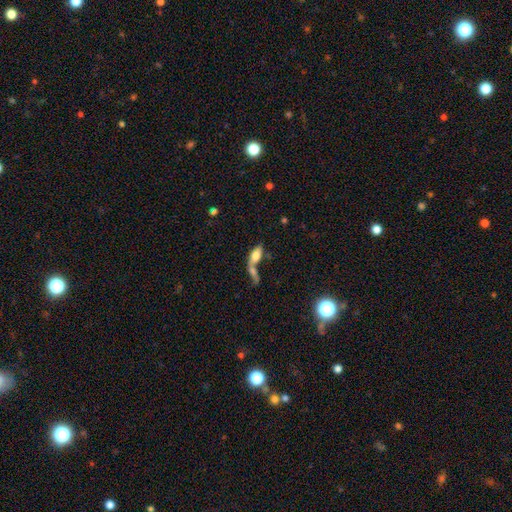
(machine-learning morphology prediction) smooth_or_featured: smooth (p=0.66) [alt: featured or disk p=0.24]
how_rounded: in between (p=0.77) [alt: cigar-shaped p=0.17]
merging: merger (p=0.61) [alt: none p=0.20]